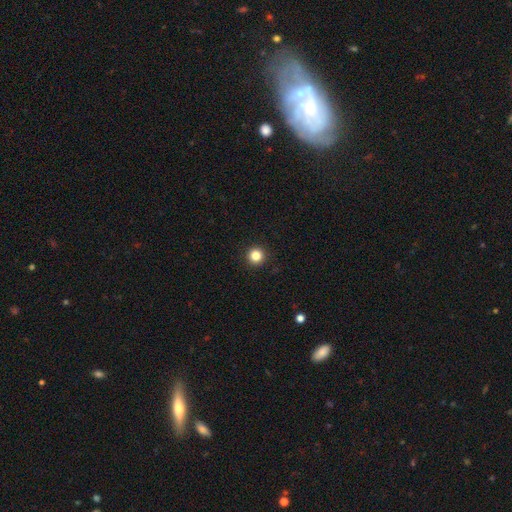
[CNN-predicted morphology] Smooth or featured: smooth — 83% (star or artifact — 12%)
How rounded: round — 96% (in between — 3%)
Merging: none — 94% (minor disturbance — 4%)